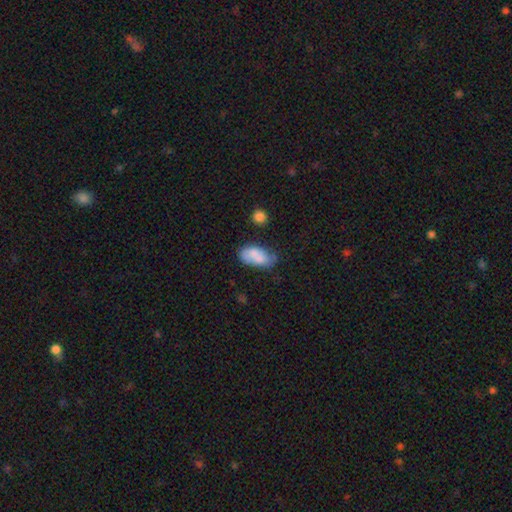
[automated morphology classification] Smooth or featured?
  - smooth: 74% *
  - featured or disk: 18%
  - star or artifact: 8%
How rounded?
  - in between: 92% *
  - round: 4%
  - cigar-shaped: 4%
Merging?
  - none: 49% *
  - minor disturbance: 29%
  - merger: 14%
  - major disturbance: 9%